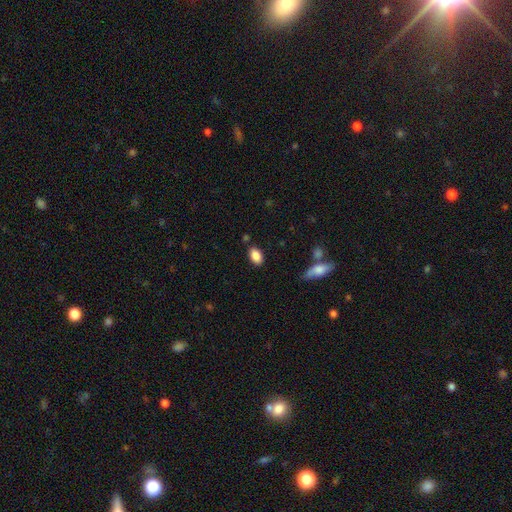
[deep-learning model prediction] Q: Smooth or featured?
A: smooth (87%); runner-up: star or artifact (7%)
Q: How rounded?
A: in between (90%); runner-up: round (7%)
Q: Merging?
A: none (83%); runner-up: minor disturbance (11%)